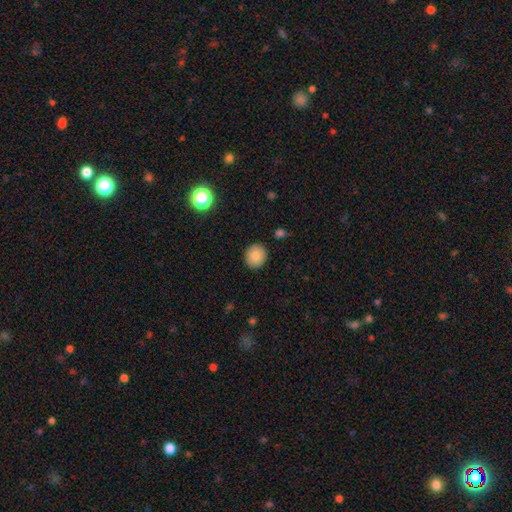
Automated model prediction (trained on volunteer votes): A smooth galaxy with no disk features (85%) that is round (84%). Merging: none (90%).